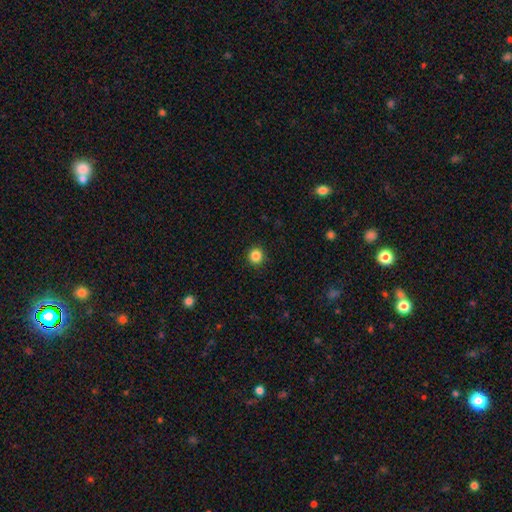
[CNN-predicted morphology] A smooth galaxy with no disk features (85%) that is round (93%).

Vote fractions:
- Smooth or featured? smooth: 85% / star or artifact: 11% / featured or disk: 4%
- How rounded? round: 93% / in between: 6% / cigar-shaped: 1%
- Merging? none: 92% / minor disturbance: 5% / major disturbance: 2% / merger: 1%